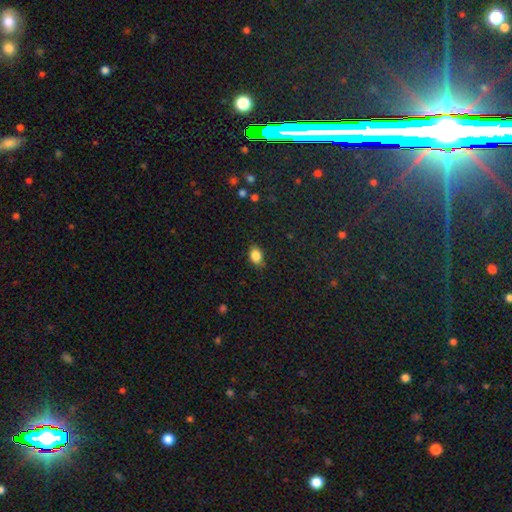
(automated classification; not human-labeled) The model was most divided on "how rounded": in between: 77%, round: 22%, cigar-shaped: 2%. More confident: smooth or featured — smooth (85%); merging — none (80%).